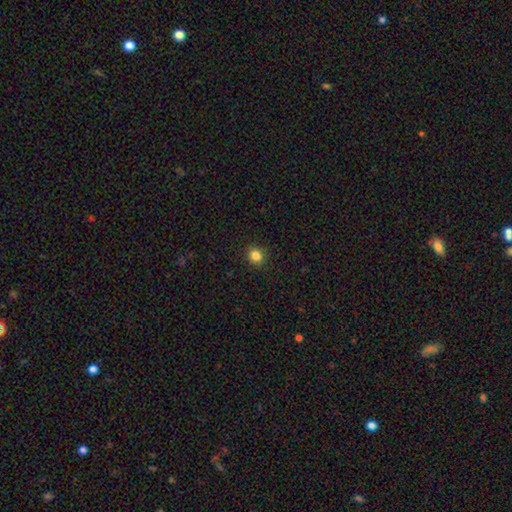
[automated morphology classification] Q: Smooth or featured?
A: smooth (84%); runner-up: star or artifact (11%)
Q: How rounded?
A: round (82%); runner-up: in between (17%)
Q: Merging?
A: none (92%); runner-up: minor disturbance (6%)